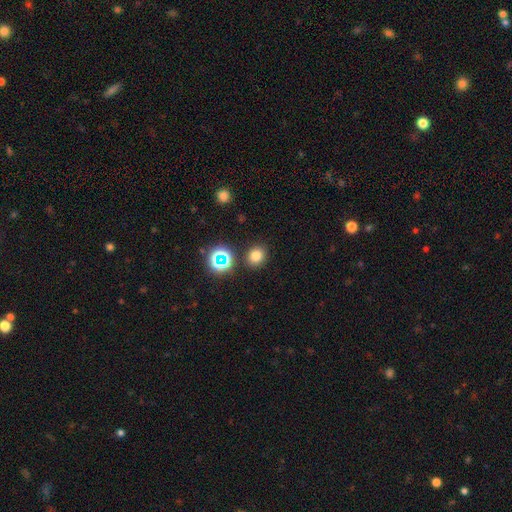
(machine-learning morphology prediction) A smooth galaxy with no disk features (75%) that is round (73%). Merging: none (87%).